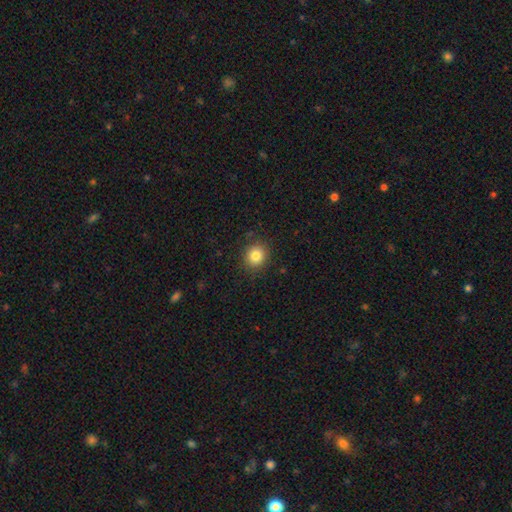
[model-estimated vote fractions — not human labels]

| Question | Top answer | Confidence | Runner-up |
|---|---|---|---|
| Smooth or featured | smooth | 83% | star or artifact (11%) |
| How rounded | round | 83% | in between (17%) |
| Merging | none | 89% | minor disturbance (7%) |